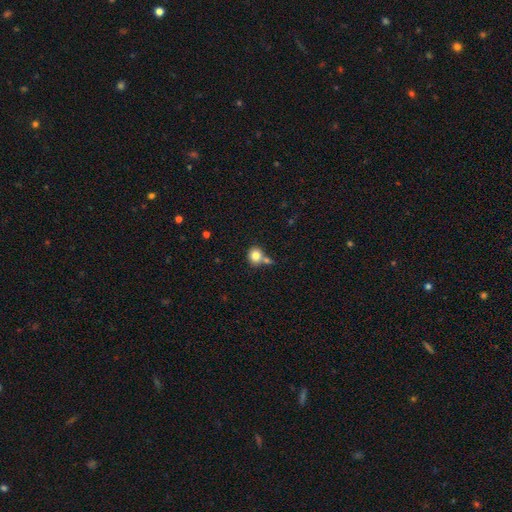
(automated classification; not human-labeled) Morphology: type=smooth (81%); roundness=round (79%); merging=none (54%).